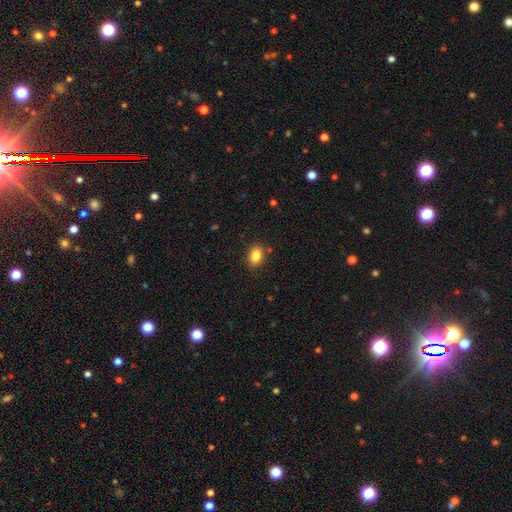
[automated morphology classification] type=smooth (85%); roundness=in between (77%); merging=none (85%).